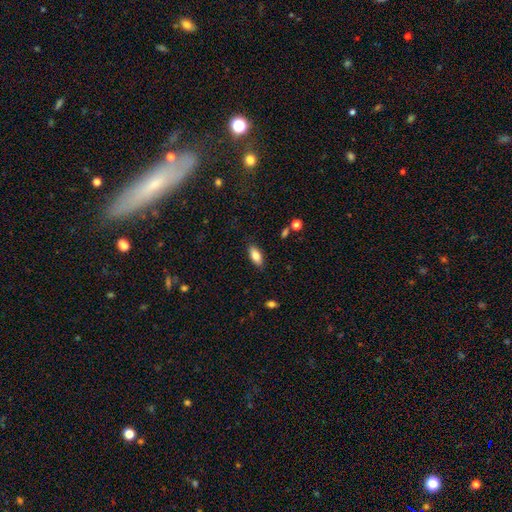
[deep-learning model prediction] A smooth galaxy with no disk features (83%) that is in between round and cigar-shaped (87%).

Vote fractions:
- Smooth or featured? smooth: 83% / featured or disk: 10% / star or artifact: 7%
- How rounded? in between: 87% / cigar-shaped: 11% / round: 2%
- Merging? none: 86% / minor disturbance: 10% / major disturbance: 2% / merger: 1%